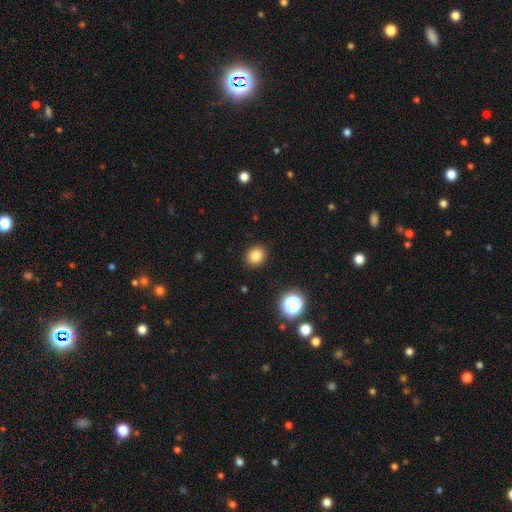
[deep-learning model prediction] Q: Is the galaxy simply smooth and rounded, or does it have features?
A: smooth — 82%.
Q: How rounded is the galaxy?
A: round — 76%.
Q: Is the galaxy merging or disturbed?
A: none — 90%.